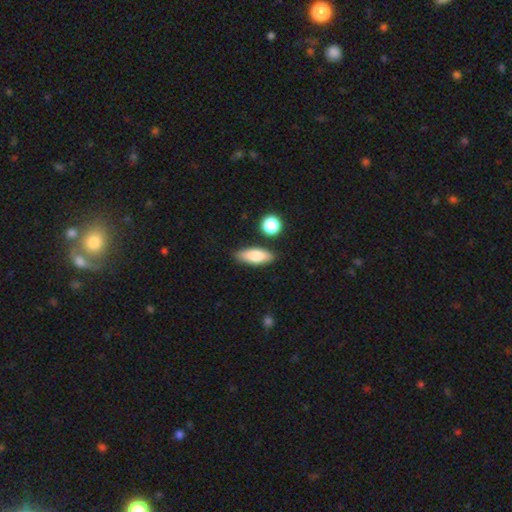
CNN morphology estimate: Smooth or featured? Predicted: smooth (p=0.79). How rounded? Predicted: in between (p=0.72). Merging? Predicted: none (p=0.82).